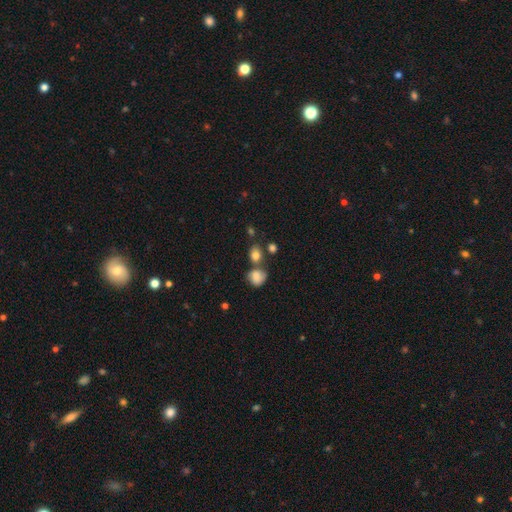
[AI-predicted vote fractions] Q: Smooth or featured?
A: smooth (81%); runner-up: star or artifact (12%)
Q: How rounded?
A: round (57%); runner-up: in between (42%)
Q: Merging?
A: none (58%); runner-up: merger (24%)